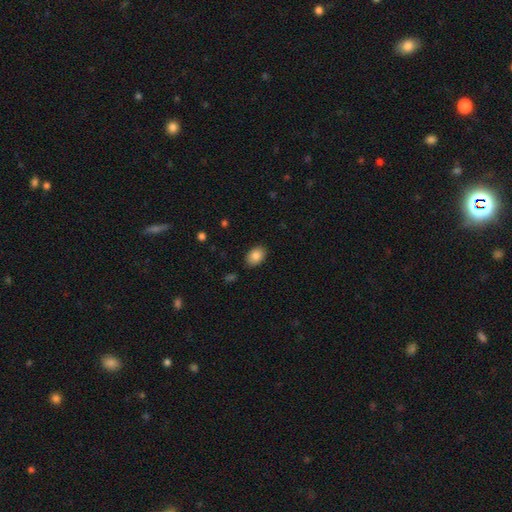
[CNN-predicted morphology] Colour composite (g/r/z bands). It shows a smooth galaxy with no disk features (86%) that is in between round and cigar-shaped (82%). Merging: none (87%).